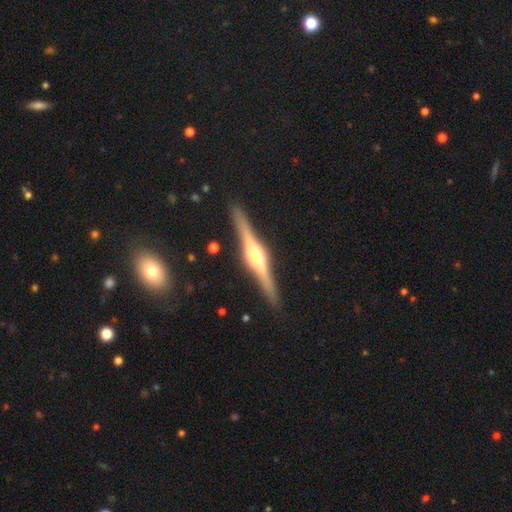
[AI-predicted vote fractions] smooth_or_featured: featured or disk (p=0.83) [alt: smooth p=0.12]
disk_edge_on: yes (p=0.98) [alt: no p=0.02]
edge_on_bulge: rounded (p=0.85) [alt: boxy p=0.12]
merging: none (p=0.90) [alt: minor disturbance p=0.07]